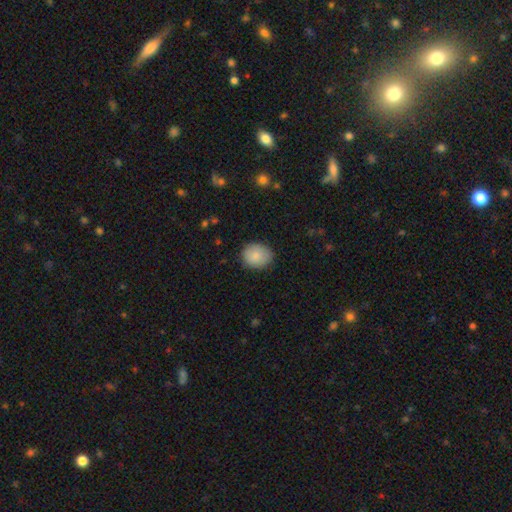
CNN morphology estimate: A smooth galaxy with no disk features (86%) that is round (66%). Merging: none (84%).